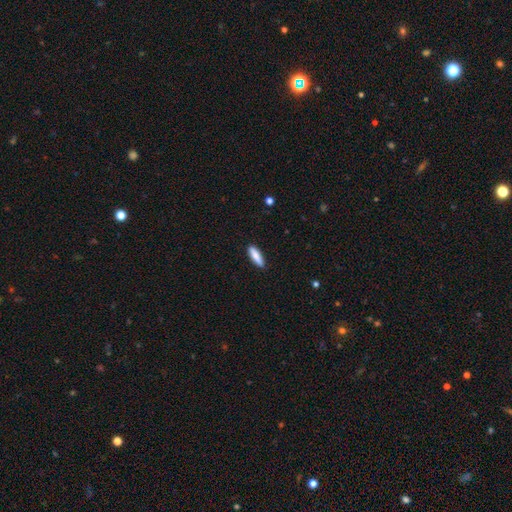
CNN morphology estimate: A smooth galaxy with no disk features (84%) that is cigar-shaped (60%). Merging: none (87%).